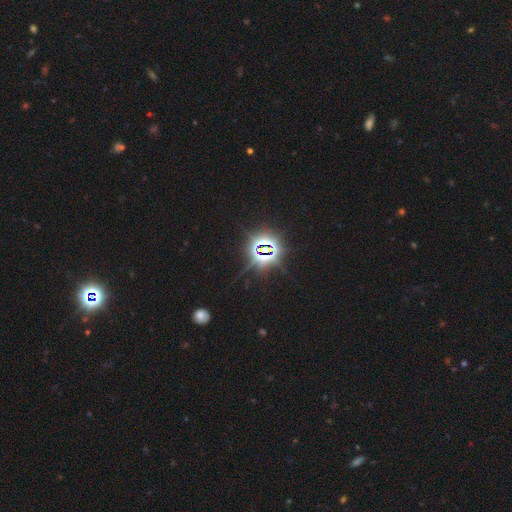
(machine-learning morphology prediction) Smooth or featured: star or artifact — 82% (smooth — 10%)